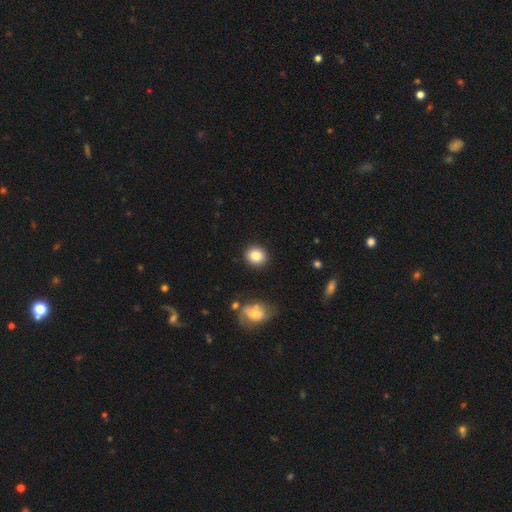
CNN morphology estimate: A smooth galaxy with no disk features (85%) that is round (82%). Merging: none (89%).